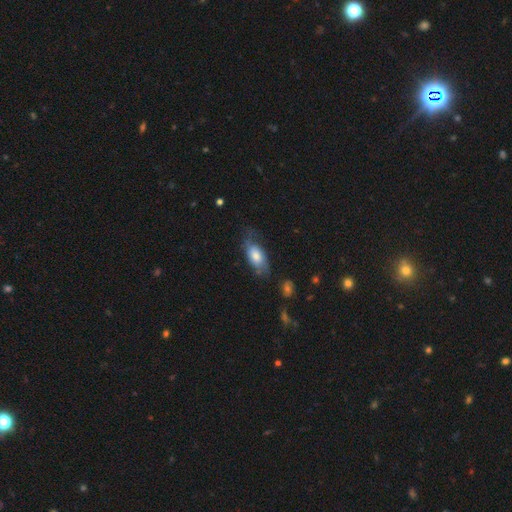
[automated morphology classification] Smooth or featured?
  - smooth: 65% *
  - featured or disk: 28%
  - star or artifact: 7%
How rounded?
  - in between: 89% *
  - cigar-shaped: 6%
  - round: 4%
Merging?
  - none: 49% *
  - minor disturbance: 31%
  - major disturbance: 17%
  - merger: 3%